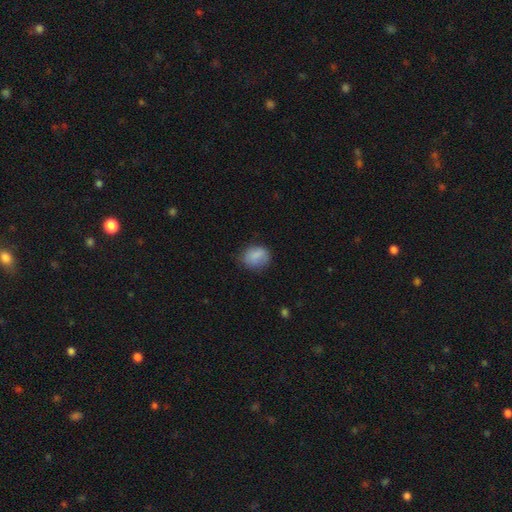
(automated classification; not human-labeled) This is clearly a smooth galaxy (85%). How rounded: possibly in between (51%). Merging: likely none (71%).